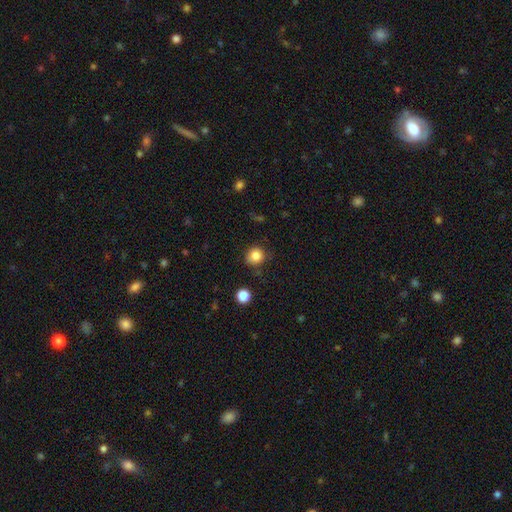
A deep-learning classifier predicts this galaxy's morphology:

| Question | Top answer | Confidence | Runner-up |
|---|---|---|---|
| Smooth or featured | smooth | 83% | star or artifact (11%) |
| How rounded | round | 86% | in between (13%) |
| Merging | none | 79% | minor disturbance (15%) |